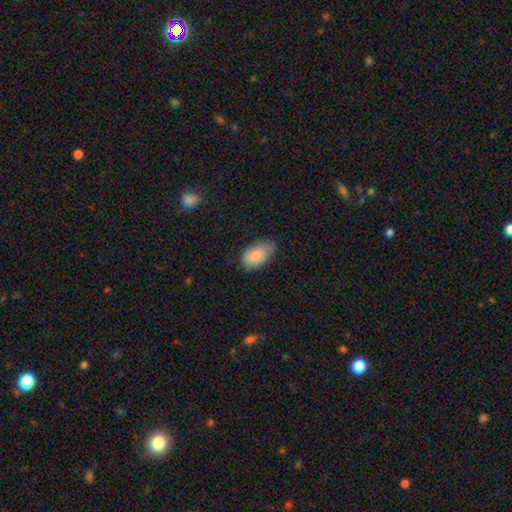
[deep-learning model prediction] This appears to be a smooth galaxy with no disk features (78%) that is in between round and cigar-shaped (92%). Merging: none (62%).